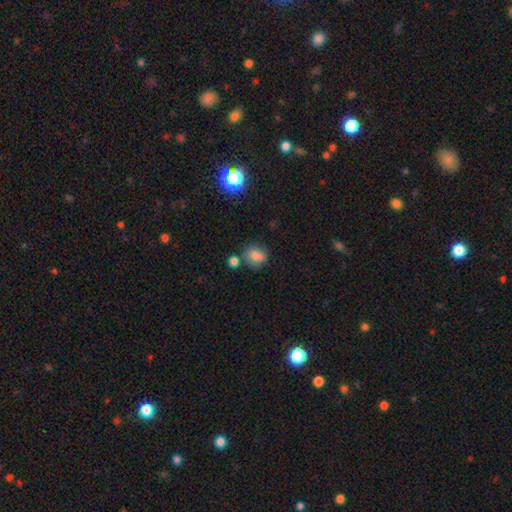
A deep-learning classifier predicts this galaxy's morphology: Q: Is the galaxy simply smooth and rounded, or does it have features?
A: smooth — 78%.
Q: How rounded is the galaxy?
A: round — 72%.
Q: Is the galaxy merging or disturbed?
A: none — 62%.